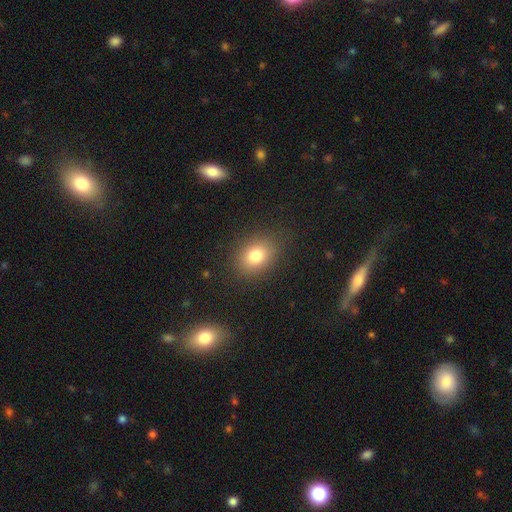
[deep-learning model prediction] smooth 79%, star or artifact 12%, featured or disk 9%. Down the decision tree: how rounded — in between (58%); merging — none (84%).